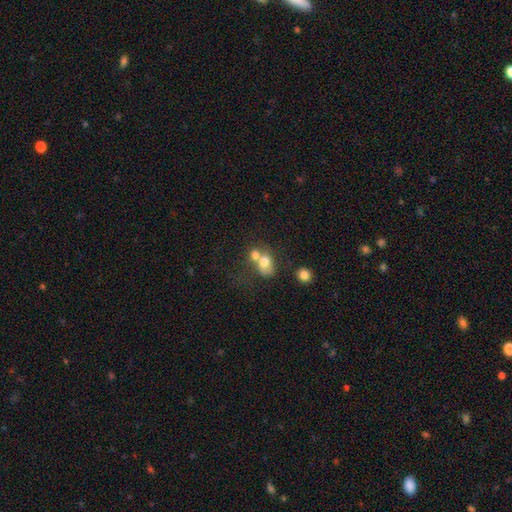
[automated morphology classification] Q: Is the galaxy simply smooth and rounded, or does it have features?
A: smooth — 56%.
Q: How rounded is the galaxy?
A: round — 64%.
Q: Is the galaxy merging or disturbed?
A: merger — 51%.